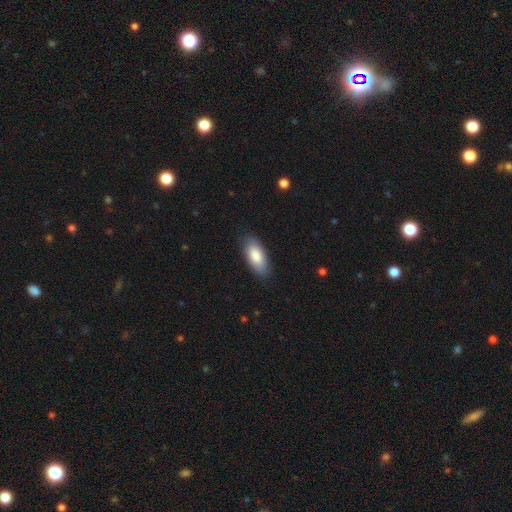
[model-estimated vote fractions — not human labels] Smooth or featured? smooth (85%)
How rounded? in between (88%)
Merging? none (85%)